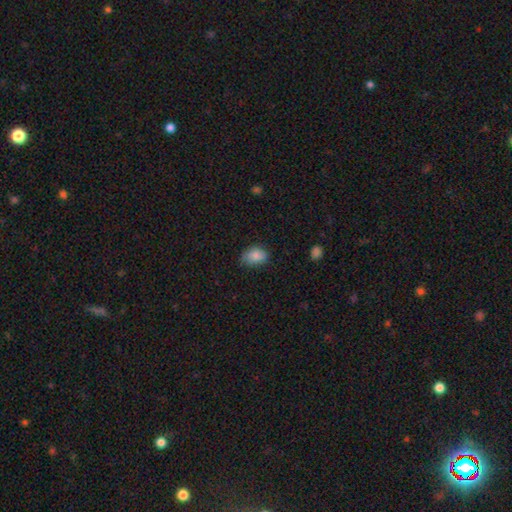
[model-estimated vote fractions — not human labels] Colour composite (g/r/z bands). It shows a smooth galaxy with no disk features (85%) that is in between round and cigar-shaped (82%). Merging: none (67%).